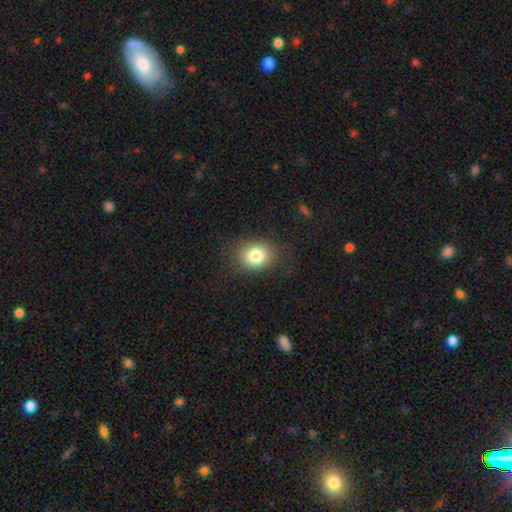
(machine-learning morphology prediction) The model was most divided on "how rounded": round: 54%, in between: 45%, cigar-shaped: 1%. More confident: merging — none (82%); smooth or featured — smooth (81%).